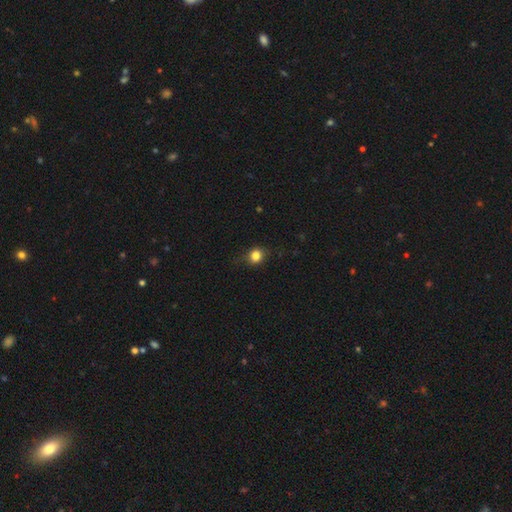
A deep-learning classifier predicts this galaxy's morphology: This is clearly a smooth galaxy (82%). How rounded: likely round (76%). Merging: likely none (79%).